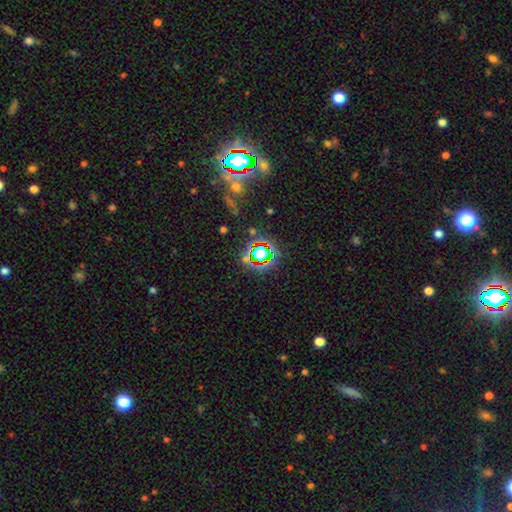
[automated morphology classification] Smooth or featured?
  - star or artifact: 68% *
  - smooth: 21%
  - featured or disk: 11%